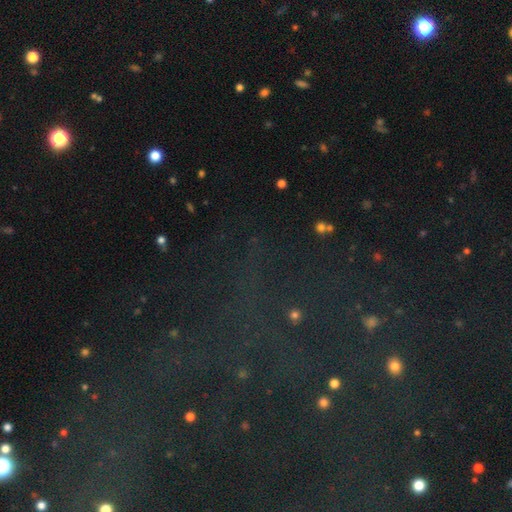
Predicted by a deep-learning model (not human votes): Morphology: type=star or artifact (77%).